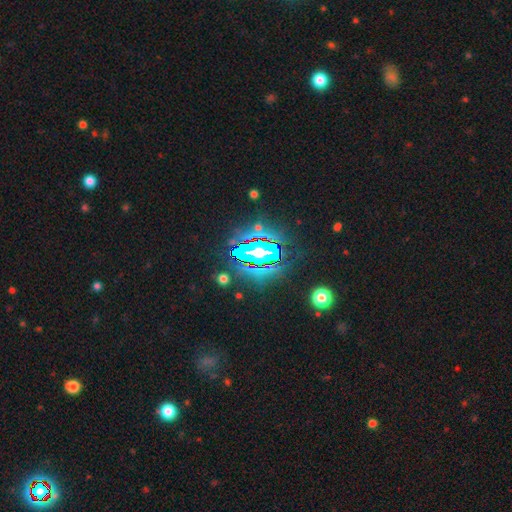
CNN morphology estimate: star or artifact 80%, smooth 10%, featured or disk 10%.